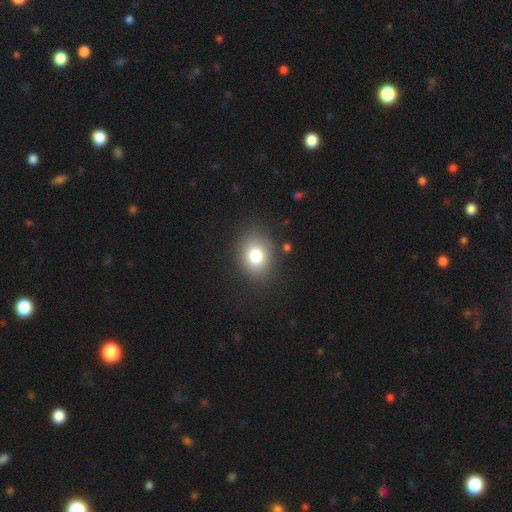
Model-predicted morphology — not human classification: Smooth or featured?
  - smooth: 78% *
  - star or artifact: 12%
  - featured or disk: 10%
How rounded?
  - round: 56% *
  - in between: 43%
  - cigar-shaped: 1%
Merging?
  - none: 86% *
  - minor disturbance: 9%
  - major disturbance: 4%
  - merger: 2%